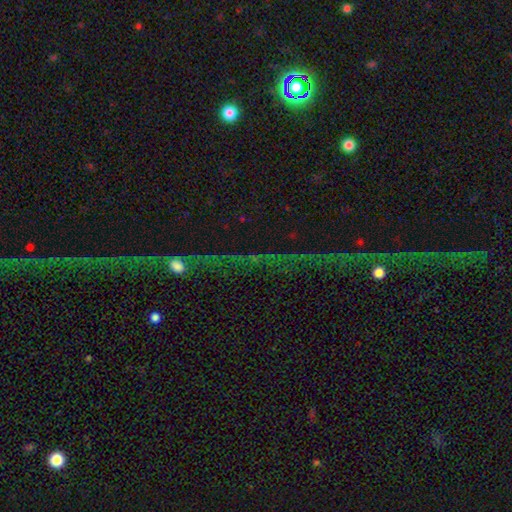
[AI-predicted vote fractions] smooth_or_featured: star or artifact (p=0.66) [alt: featured or disk p=0.19]